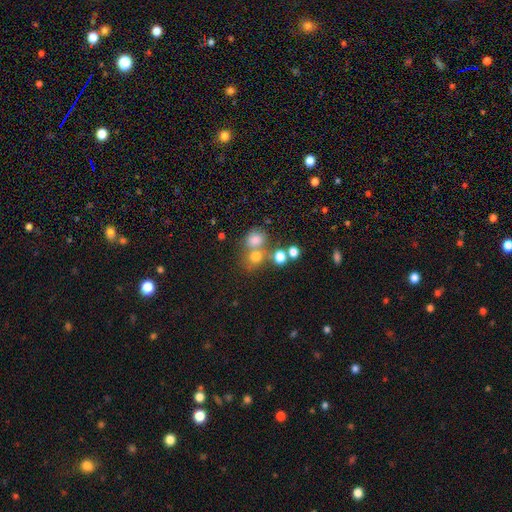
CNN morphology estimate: type=smooth (63%); roundness=round (75%); merging=none (46%).